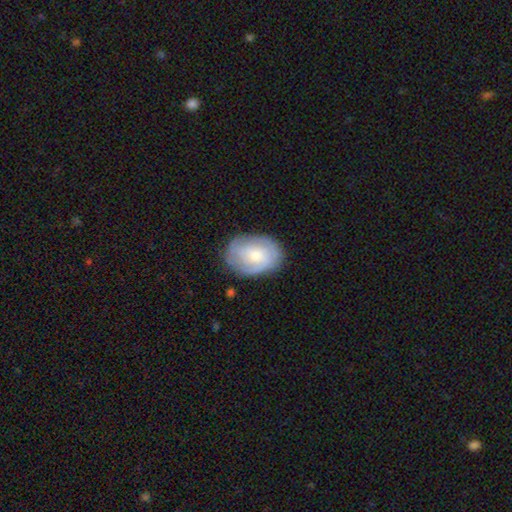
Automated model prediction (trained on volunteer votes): smooth-or-featured: featured or disk: 51% | smooth: 43% | star or artifact: 6%
  disk-edge-on: no: 96% | yes: 4%
  merging: none: 75% | minor disturbance: 18% | major disturbance: 6% | merger: 1%